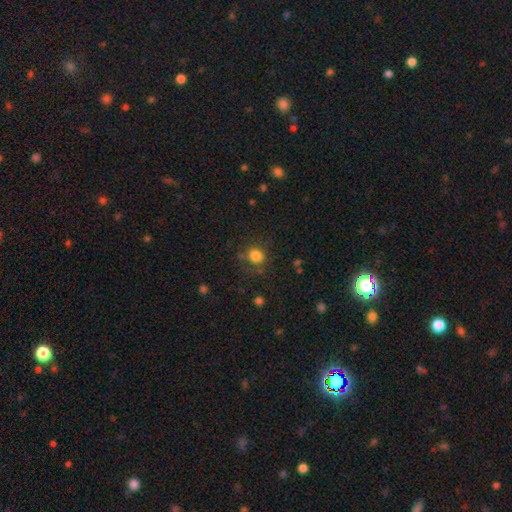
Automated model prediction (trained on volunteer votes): A smooth galaxy with no disk features (82%) that is round (81%).

Vote fractions:
- Smooth or featured? smooth: 82% / star or artifact: 13% / featured or disk: 6%
- How rounded? round: 81% / in between: 18% / cigar-shaped: 1%
- Merging? none: 76% / minor disturbance: 14% / major disturbance: 6% / merger: 3%